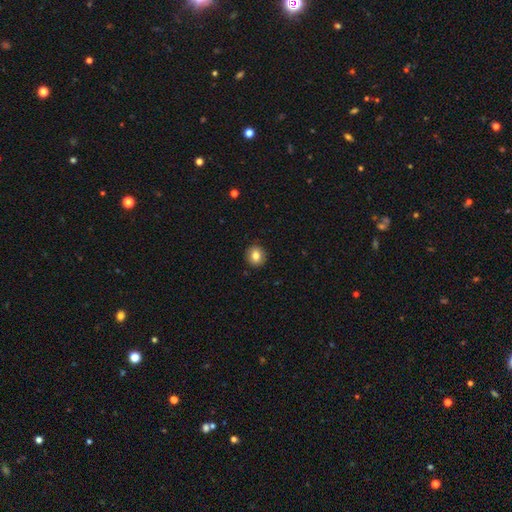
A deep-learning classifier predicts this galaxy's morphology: Q: Smooth or featured?
A: smooth (79%); runner-up: featured or disk (11%)
Q: How rounded?
A: round (87%); runner-up: in between (12%)
Q: Merging?
A: none (90%); runner-up: minor disturbance (7%)